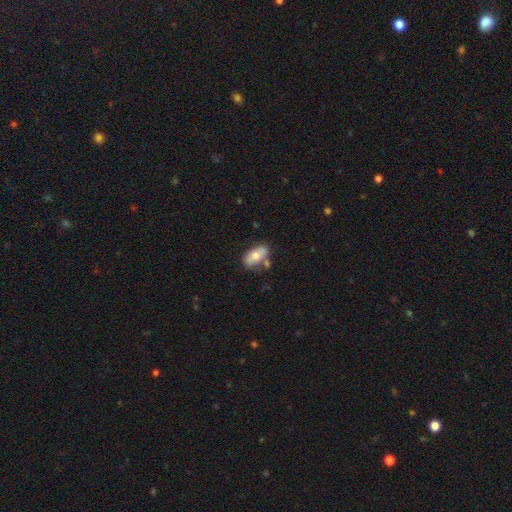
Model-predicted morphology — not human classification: A smooth galaxy with no disk features (71%) that is in between round and cigar-shaped (90%). Merging: none (68%).